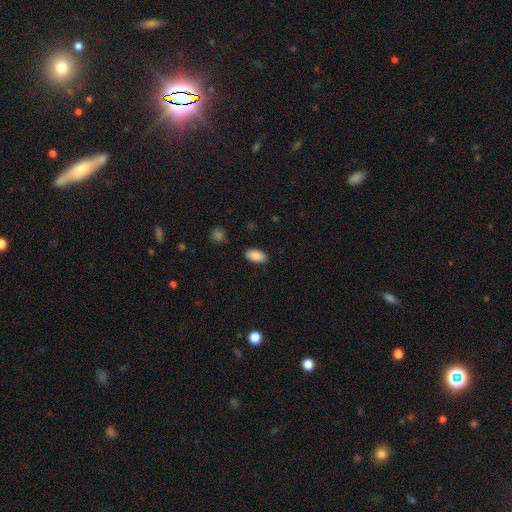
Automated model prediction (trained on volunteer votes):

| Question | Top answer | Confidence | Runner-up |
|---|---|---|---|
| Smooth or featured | smooth | 88% | star or artifact (7%) |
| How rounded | in between | 94% | cigar-shaped (3%) |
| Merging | none | 86% | minor disturbance (10%) |